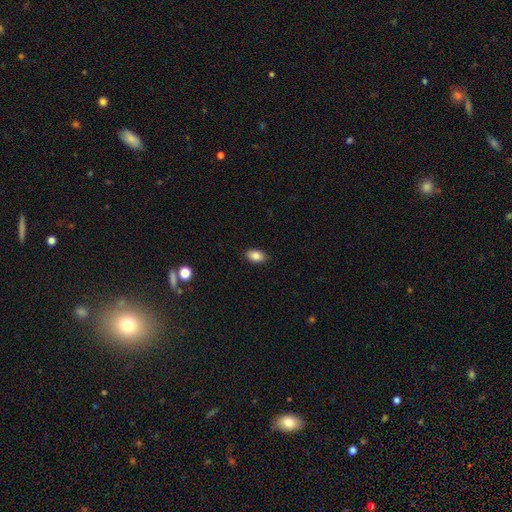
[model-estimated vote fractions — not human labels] Smooth or featured: smooth — 86% (star or artifact — 8%)
How rounded: in between — 89% (round — 10%)
Merging: none — 89% (minor disturbance — 8%)